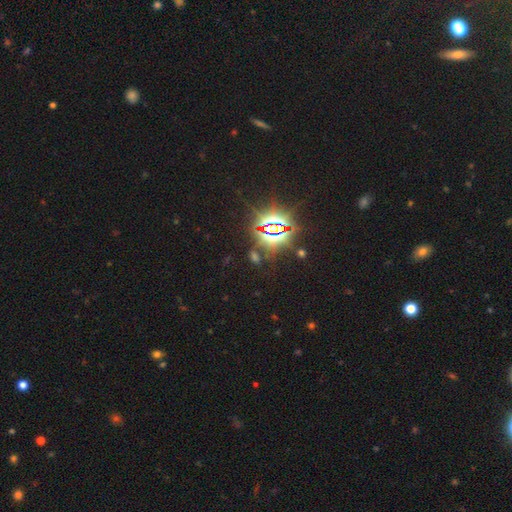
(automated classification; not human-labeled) A star or artifact, not a galaxy (82%).

Vote fractions:
- Smooth or featured? star or artifact: 82% / smooth: 10% / featured or disk: 7%